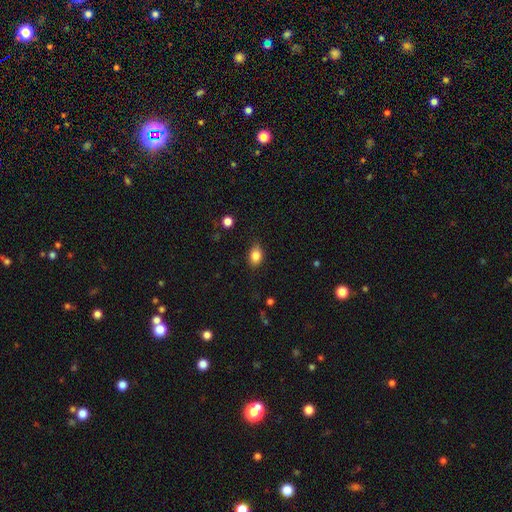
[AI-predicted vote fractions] This appears to be a smooth galaxy with no disk features (84%) that is in between round and cigar-shaped (77%). Merging: none (77%).